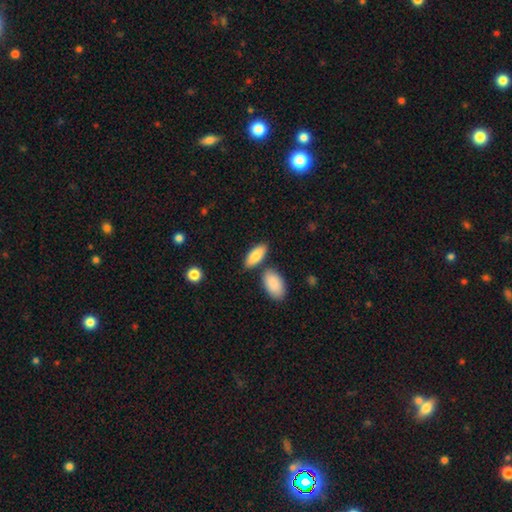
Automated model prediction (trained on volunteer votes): This is clearly a smooth galaxy (85%). How rounded: clearly in between (84%). Merging: likely none (73%).